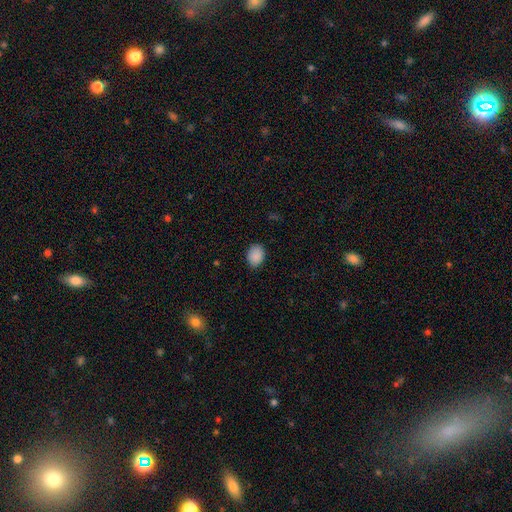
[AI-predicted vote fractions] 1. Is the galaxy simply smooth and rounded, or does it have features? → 89% smooth, 8% star or artifact, 3% featured or disk.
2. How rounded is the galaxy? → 64% in between, 35% round, 1% cigar-shaped.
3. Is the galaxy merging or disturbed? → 84% none, 12% minor disturbance, 3% major disturbance, 1% merger.